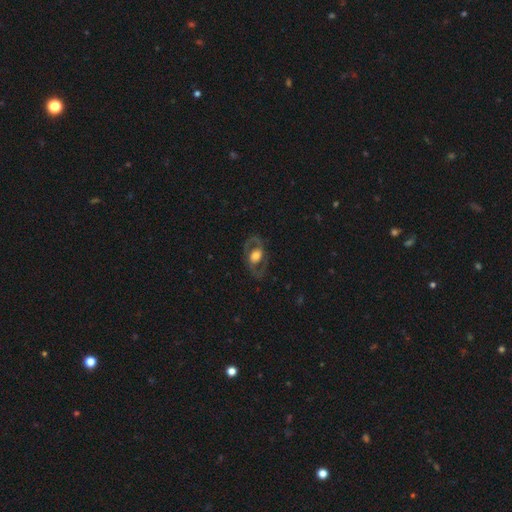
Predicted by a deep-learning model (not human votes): Smooth or featured?
  - featured or disk: 68% *
  - smooth: 26%
  - star or artifact: 6%
Edge-on disk?
  - no: 93% *
  - yes: 7%
Bar?
  - no: 63% *
  - weak: 26%
  - strong: 10%
Spiral arms?
  - yes: 58% *
  - no: 42%
Bulge size?
  - moderate: 44% *
  - large: 43%
  - small: 7%
  - dominant: 4%
  - none: 2%
Merging?
  - none: 76% *
  - minor disturbance: 13%
  - major disturbance: 10%
  - merger: 1%